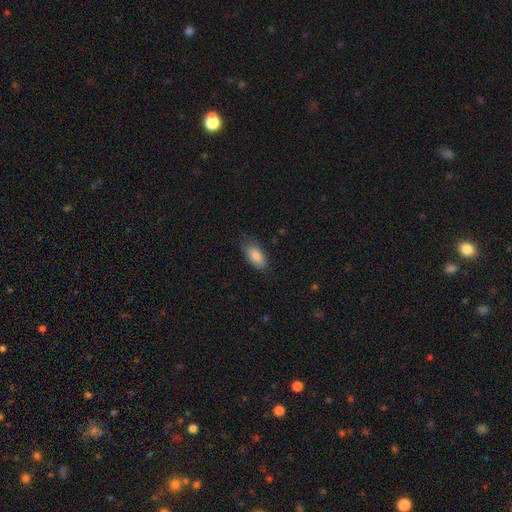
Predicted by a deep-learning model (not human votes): Smooth or featured? smooth (85%)
How rounded? in between (89%)
Merging? none (76%)